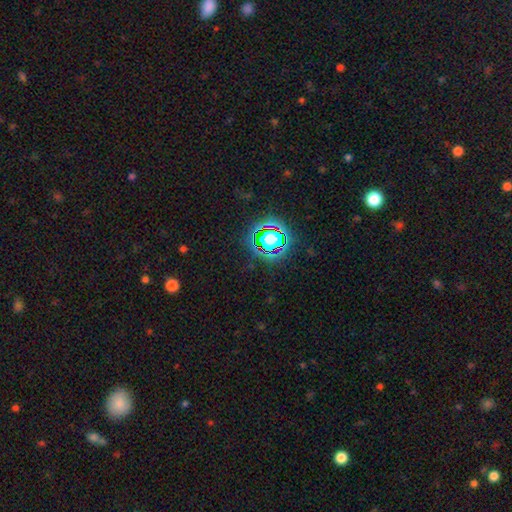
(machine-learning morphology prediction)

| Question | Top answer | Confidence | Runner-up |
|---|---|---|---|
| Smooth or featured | star or artifact | 80% | smooth (12%) |